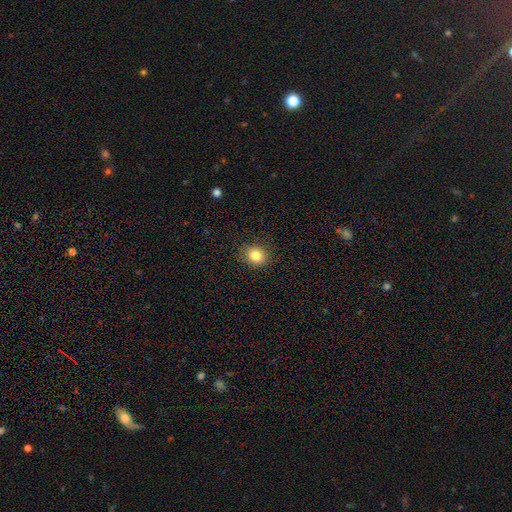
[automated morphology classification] Q: Smooth or featured?
A: smooth (83%); runner-up: star or artifact (11%)
Q: How rounded?
A: round (75%); runner-up: in between (24%)
Q: Merging?
A: none (87%); runner-up: minor disturbance (9%)